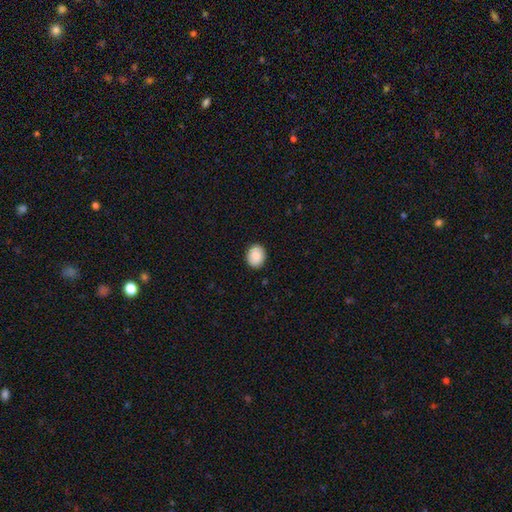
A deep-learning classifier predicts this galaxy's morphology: A smooth galaxy with no disk features (89%) that is in between round and cigar-shaped (50%). Merging: none (89%).